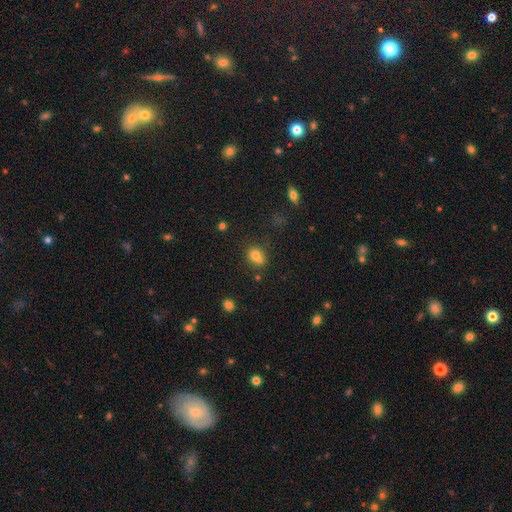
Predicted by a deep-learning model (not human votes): smooth-or-featured: smooth: 73% | star or artifact: 14% | featured or disk: 13%
  how-rounded: round: 63% | in between: 36% | cigar-shaped: 1%
  merging: none: 45% | merger: 39% | minor disturbance: 12% | major disturbance: 4%